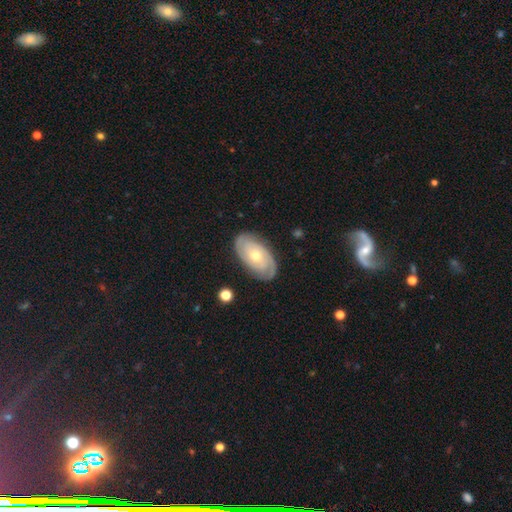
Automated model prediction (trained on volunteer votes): The model was most divided on "bulge size": moderate: 56%, small: 40%, large: 2%, none: 1%, dominant: 1%. More confident: edge-on disk — no (95%); spiral arms — yes (90%); merging — none (83%); smooth or featured — featured or disk (77%); bar — no (75%); spiral winding — tight (68%); spiral arm count — 2 (59%).